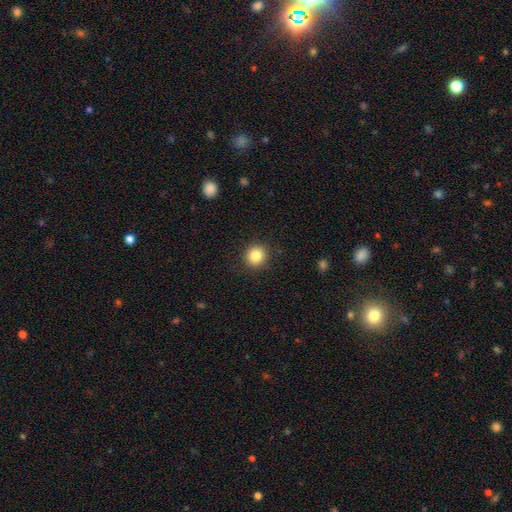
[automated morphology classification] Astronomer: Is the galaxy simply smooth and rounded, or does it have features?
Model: smooth — 84%.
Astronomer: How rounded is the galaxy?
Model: round — 89%.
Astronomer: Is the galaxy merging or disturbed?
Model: none — 91%.